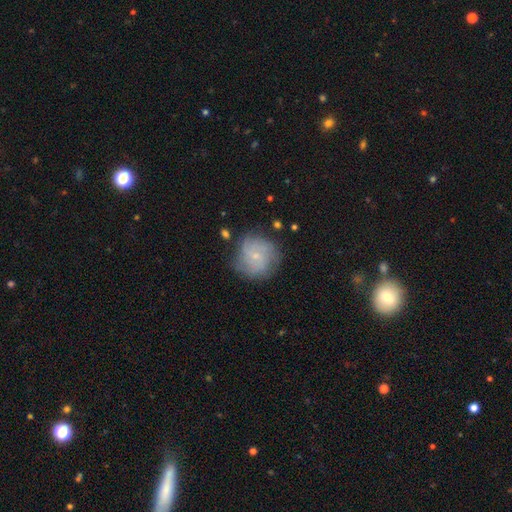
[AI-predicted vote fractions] This is possibly a featured or disk galaxy (55%). It is clearly not viewed edge-on (97%). Bar: likely no (68%). Spiral arm pattern: clearly yes (83%). Central bulge: likely small (77%). Merging: likely none (70%).